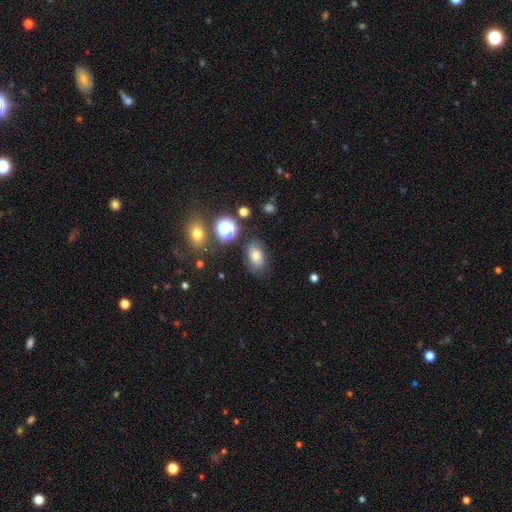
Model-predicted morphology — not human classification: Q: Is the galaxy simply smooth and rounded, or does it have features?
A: smooth — 72%.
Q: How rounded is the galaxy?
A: in between — 85%.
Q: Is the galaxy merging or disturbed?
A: none — 76%.